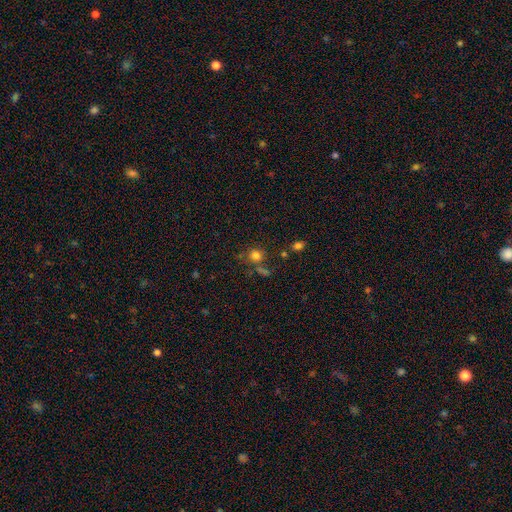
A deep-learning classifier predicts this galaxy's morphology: Smooth or featured?
  - smooth: 76% *
  - star or artifact: 17%
  - featured or disk: 7%
How rounded?
  - round: 85% *
  - in between: 14%
  - cigar-shaped: 1%
Merging?
  - none: 68% *
  - merger: 13%
  - minor disturbance: 13%
  - major disturbance: 7%